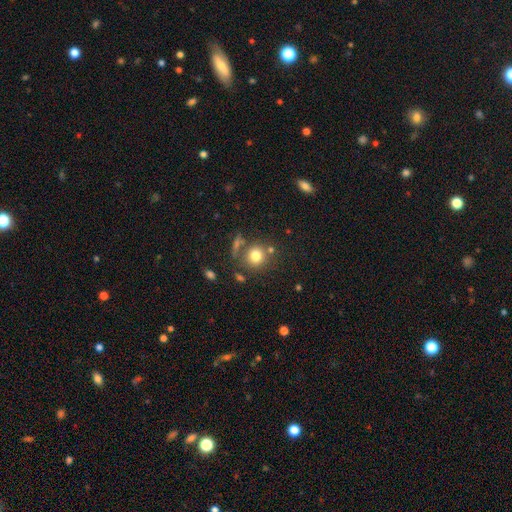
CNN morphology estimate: smooth 77%, star or artifact 12%, featured or disk 11%. Down the decision tree: how rounded — round (85%); merging — none (69%).